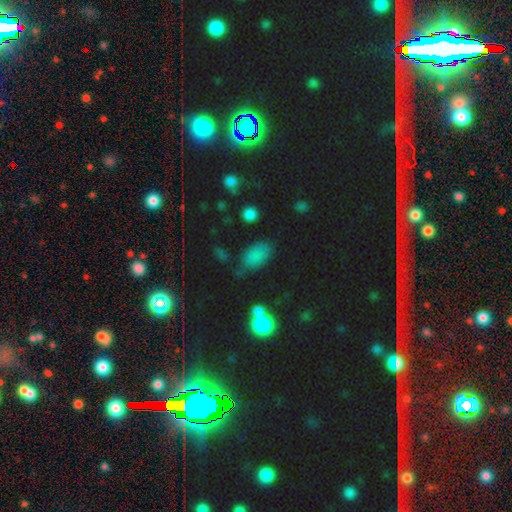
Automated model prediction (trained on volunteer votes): Morphology: type=smooth (77%); roundness=in between (89%); merging=none (65%).